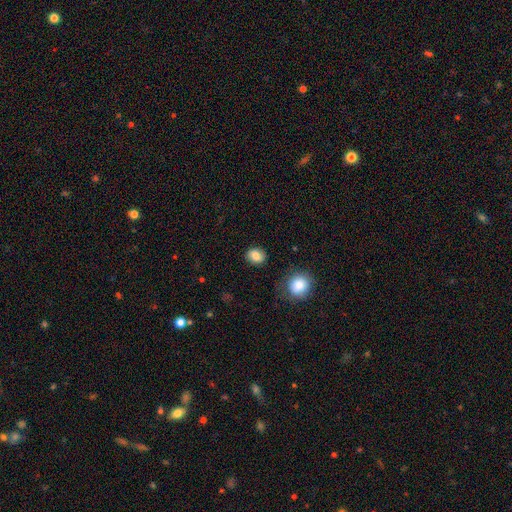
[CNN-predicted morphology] A smooth galaxy with no disk features (84%) that is round (63%). Merging: none (85%).